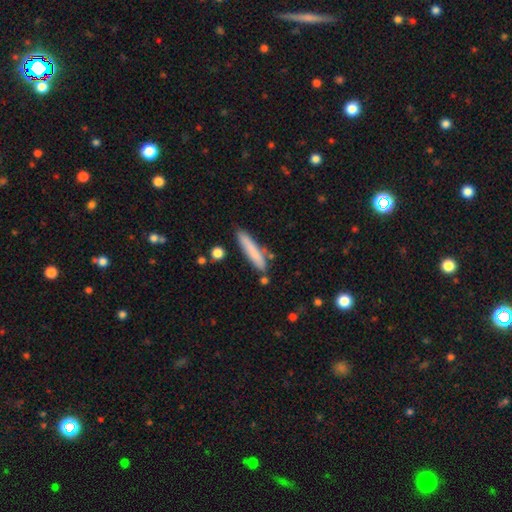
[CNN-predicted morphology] Smooth or featured?
  - smooth: 77% *
  - featured or disk: 17%
  - star or artifact: 6%
How rounded?
  - cigar-shaped: 88% *
  - in between: 10%
  - round: 1%
Merging?
  - none: 74% *
  - minor disturbance: 15%
  - merger: 7%
  - major disturbance: 4%